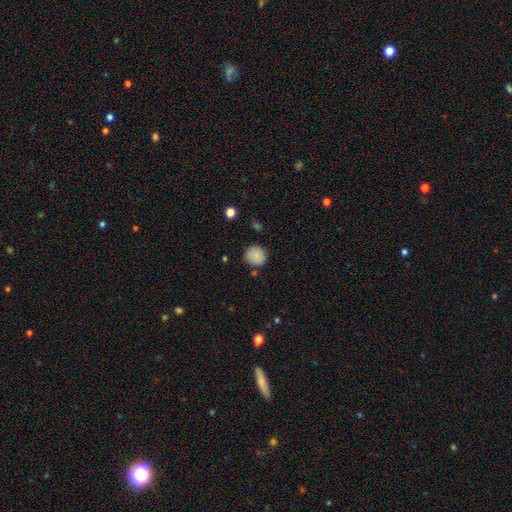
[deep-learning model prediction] A smooth galaxy with no disk features (86%) that is round (87%). Merging: none (81%).